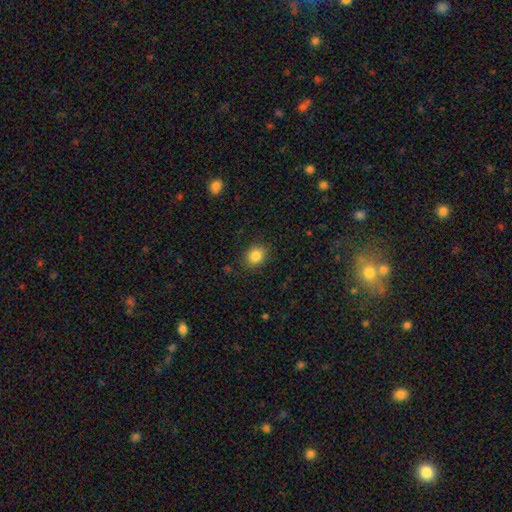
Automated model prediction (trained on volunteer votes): Smooth or featured? Predicted: smooth (p=0.85). How rounded? Predicted: round (p=0.71). Merging? Predicted: none (p=0.85).